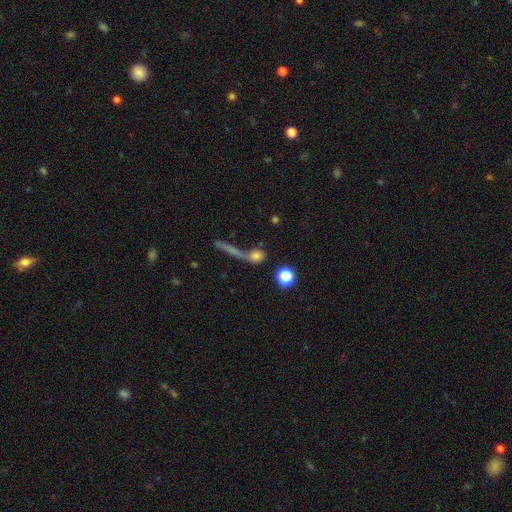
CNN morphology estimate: Smooth or featured? Predicted: smooth (p=0.66). How rounded? Predicted: round (p=0.60). Merging? Predicted: none (p=0.41).